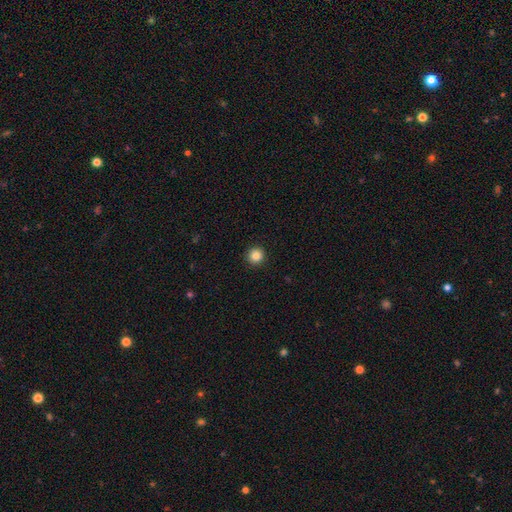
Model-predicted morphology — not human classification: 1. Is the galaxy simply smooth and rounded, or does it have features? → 85% smooth, 11% star or artifact, 4% featured or disk.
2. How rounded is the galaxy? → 96% round, 3% in between, 1% cigar-shaped.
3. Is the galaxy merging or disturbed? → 93% none, 4% minor disturbance, 2% major disturbance, 1% merger.